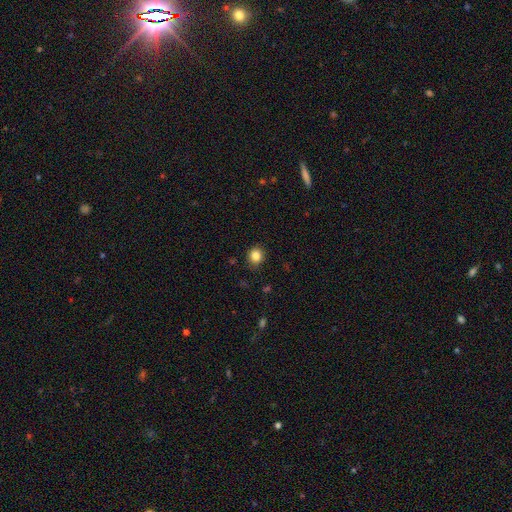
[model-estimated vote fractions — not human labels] A smooth galaxy with no disk features (85%) that is round (83%). Merging: none (88%).